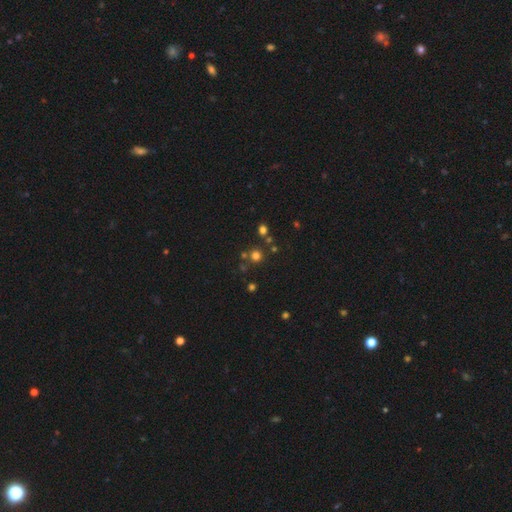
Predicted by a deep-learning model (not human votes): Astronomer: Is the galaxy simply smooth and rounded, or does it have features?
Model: smooth — 65%.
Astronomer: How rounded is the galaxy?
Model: round — 92%.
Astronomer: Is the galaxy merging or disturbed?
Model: none — 74%.